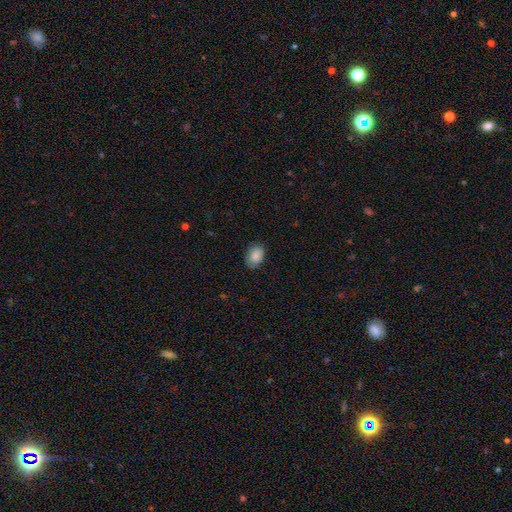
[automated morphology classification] Smooth or featured?
  - smooth: 85% *
  - featured or disk: 8%
  - star or artifact: 7%
How rounded?
  - in between: 78% *
  - round: 21%
  - cigar-shaped: 1%
Merging?
  - none: 78% *
  - minor disturbance: 18%
  - major disturbance: 4%
  - merger: 1%